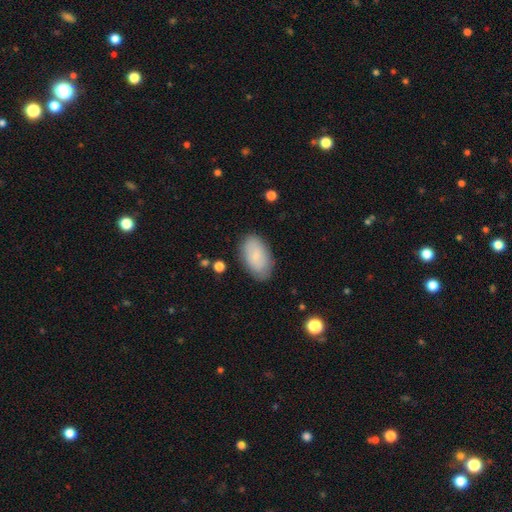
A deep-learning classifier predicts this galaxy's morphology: Q: Smooth or featured?
A: smooth (80%); runner-up: featured or disk (13%)
Q: How rounded?
A: in between (94%); runner-up: round (4%)
Q: Merging?
A: none (82%); runner-up: minor disturbance (14%)